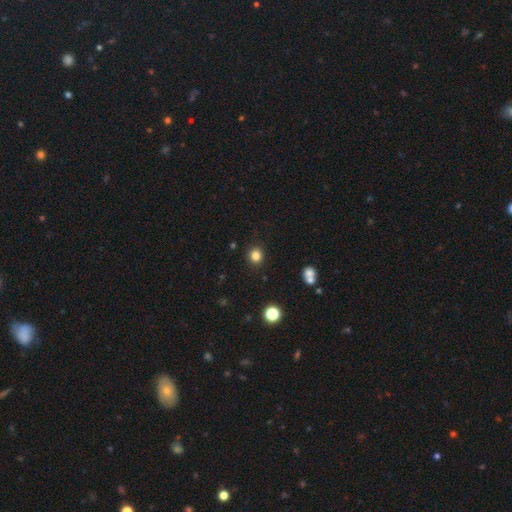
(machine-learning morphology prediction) Q: Smooth or featured?
A: smooth (82%); runner-up: star or artifact (12%)
Q: How rounded?
A: round (87%); runner-up: in between (12%)
Q: Merging?
A: none (90%); runner-up: minor disturbance (6%)